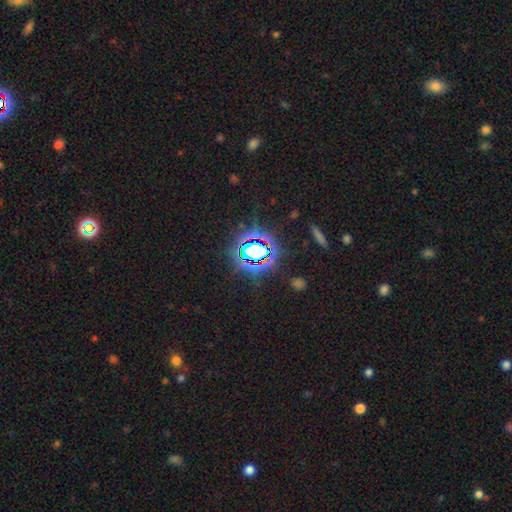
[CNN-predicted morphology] Smooth or featured: star or artifact — 71% (smooth — 17%)